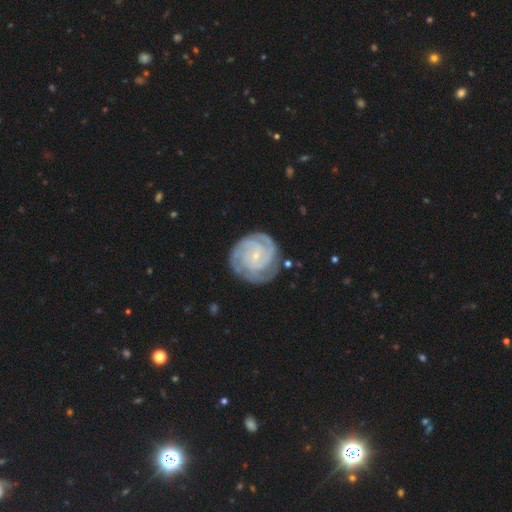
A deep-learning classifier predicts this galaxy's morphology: Smooth or featured? Predicted: featured or disk (p=0.88). Edge-on disk? Predicted: no (p=0.98). Bar? Predicted: no (p=0.64). Spiral arms? Predicted: yes (p=0.98). Spiral winding? Predicted: tight (p=0.77). Spiral arm count? Predicted: 3 (p=0.33). Bulge size? Predicted: small (p=0.83). Merging? Predicted: none (p=0.78).